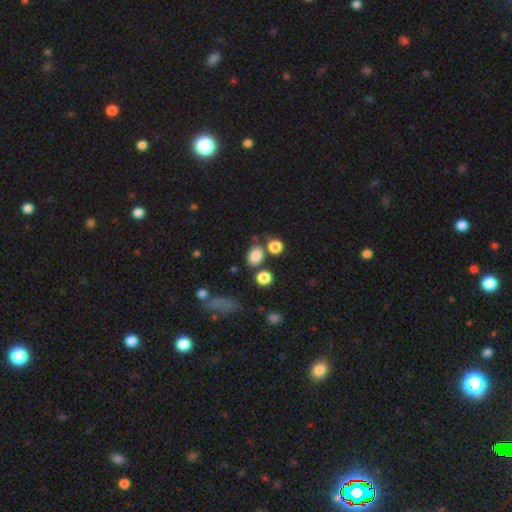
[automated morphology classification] smooth_or_featured: smooth (p=0.82) [alt: star or artifact p=0.12]
how_rounded: in between (p=0.61) [alt: round p=0.38]
merging: none (p=0.69) [alt: merger p=0.14]